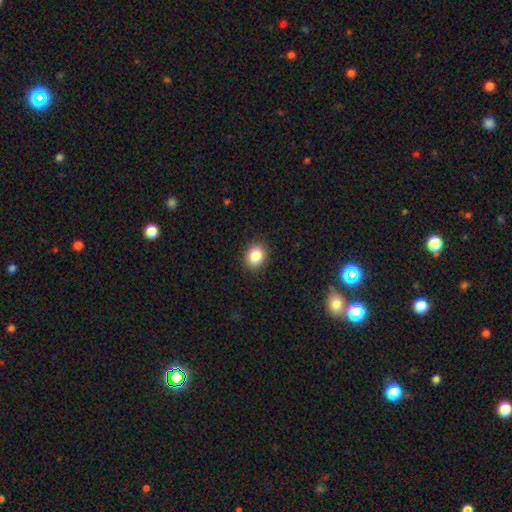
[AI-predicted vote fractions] Overall: smooth (85%). How rounded: round (60%; in between 39%). Merging: none (89%).